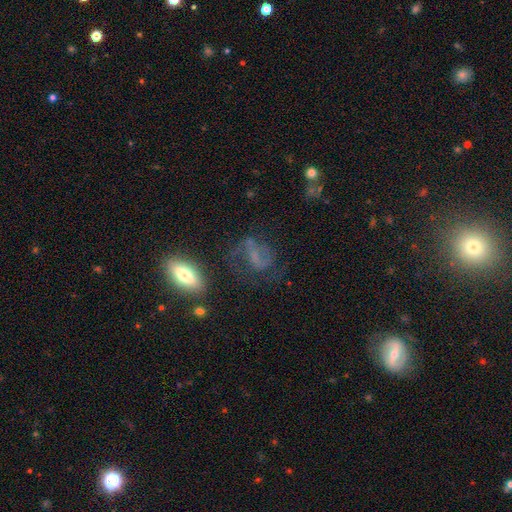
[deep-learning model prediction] Smooth or featured?
  - featured or disk: 51% *
  - smooth: 29%
  - star or artifact: 19%
Edge-on disk?
  - no: 94% *
  - yes: 6%
Merging?
  - none: 53% *
  - major disturbance: 22%
  - minor disturbance: 20%
  - merger: 5%